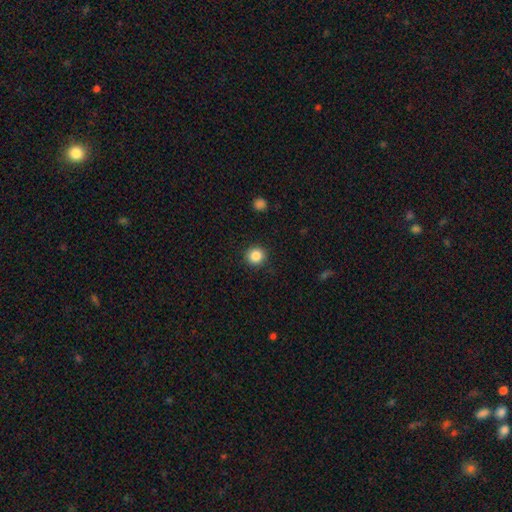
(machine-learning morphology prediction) smooth-or-featured: smooth: 85% | star or artifact: 11% | featured or disk: 4%
  how-rounded: round: 93% | in between: 7% | cigar-shaped: 1%
  merging: none: 91% | minor disturbance: 6% | major disturbance: 2% | merger: 1%